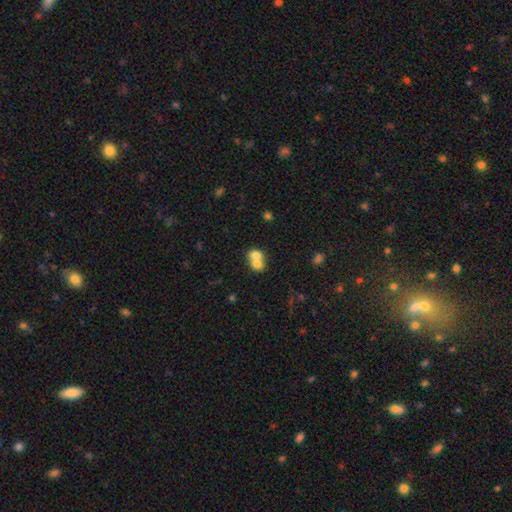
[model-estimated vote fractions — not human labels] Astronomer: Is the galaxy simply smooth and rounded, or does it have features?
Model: smooth — 70%.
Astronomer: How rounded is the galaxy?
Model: round — 54% (runner-up: in between, 45%).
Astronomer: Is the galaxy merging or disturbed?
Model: merger — 73%.